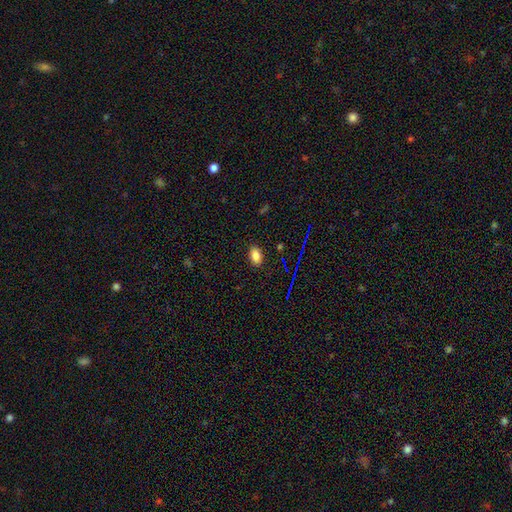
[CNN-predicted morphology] type=smooth (82%); roundness=in between (89%); merging=none (87%).